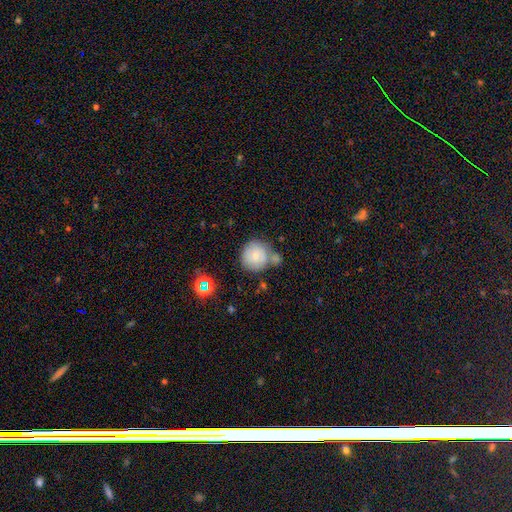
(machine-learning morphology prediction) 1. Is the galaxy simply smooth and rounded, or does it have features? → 78% smooth, 13% featured or disk, 9% star or artifact.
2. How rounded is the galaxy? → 91% round, 8% in between, 1% cigar-shaped.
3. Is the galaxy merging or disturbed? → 51% none, 27% merger, 16% minor disturbance, 6% major disturbance.